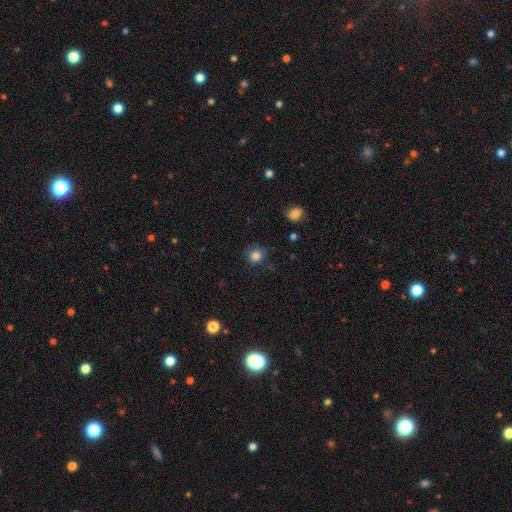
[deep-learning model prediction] This appears to be a smooth galaxy with no disk features (83%) that is round (85%). Merging: none (75%).